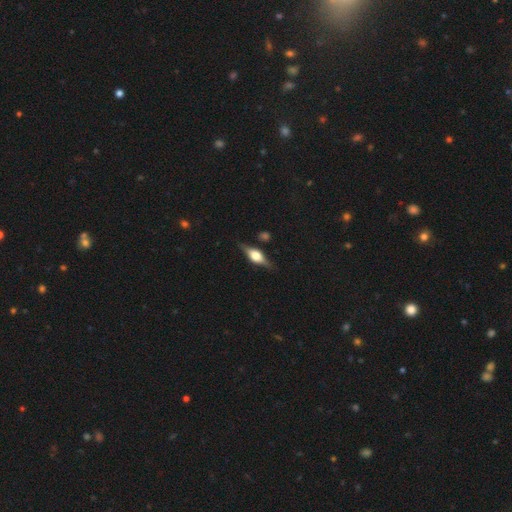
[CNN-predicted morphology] A featured or disk galaxy (67%) viewed edge-on (95%) with a rounded central bulge (89%).

Vote fractions:
- Smooth or featured? featured or disk: 67% / smooth: 26% / star or artifact: 8%
- Edge-on disk? yes: 95% / no: 5%
- Edge-on bulge? rounded: 89% / boxy: 9% / none: 1%
- Merging? none: 82% / minor disturbance: 13% / major disturbance: 3% / merger: 2%